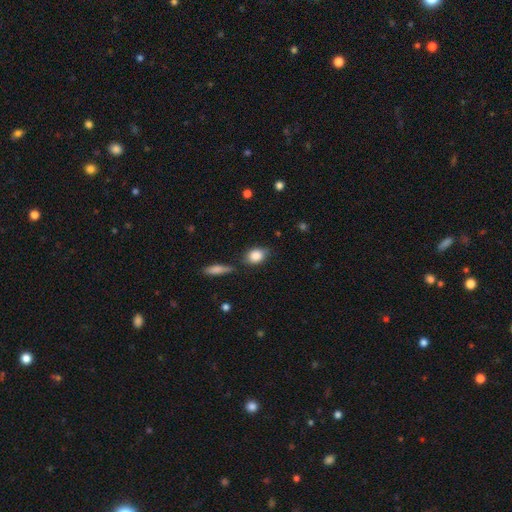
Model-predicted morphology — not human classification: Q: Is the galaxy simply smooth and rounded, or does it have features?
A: smooth — 84%.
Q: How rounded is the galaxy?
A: in between — 68%.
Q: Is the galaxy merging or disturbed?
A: none — 68%.